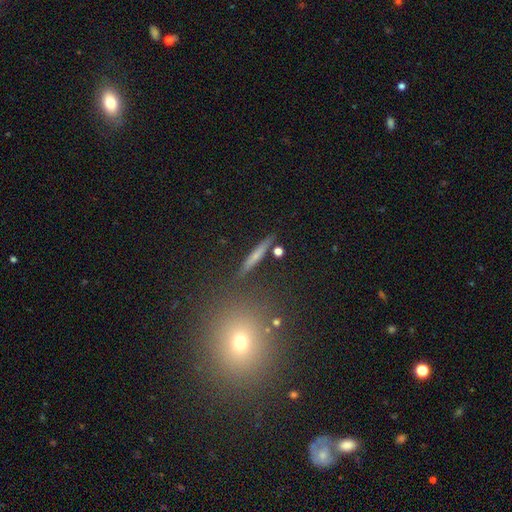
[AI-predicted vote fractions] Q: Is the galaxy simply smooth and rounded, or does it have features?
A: smooth — 52%.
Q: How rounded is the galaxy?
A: cigar-shaped — 88%.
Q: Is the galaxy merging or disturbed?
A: none — 85%.